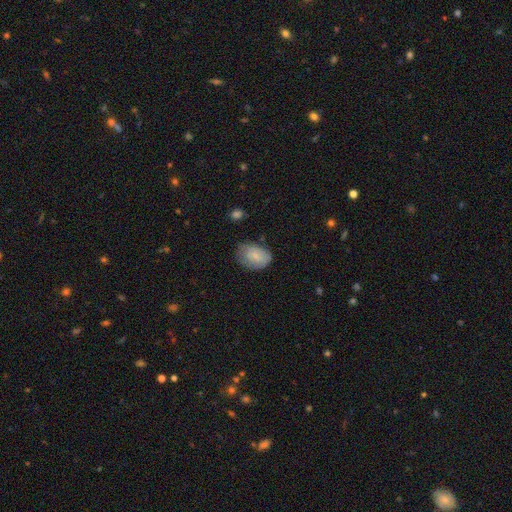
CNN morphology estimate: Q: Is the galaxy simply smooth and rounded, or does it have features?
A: smooth — 75%.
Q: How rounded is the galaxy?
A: in between — 77%.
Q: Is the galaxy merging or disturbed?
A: none — 58%.